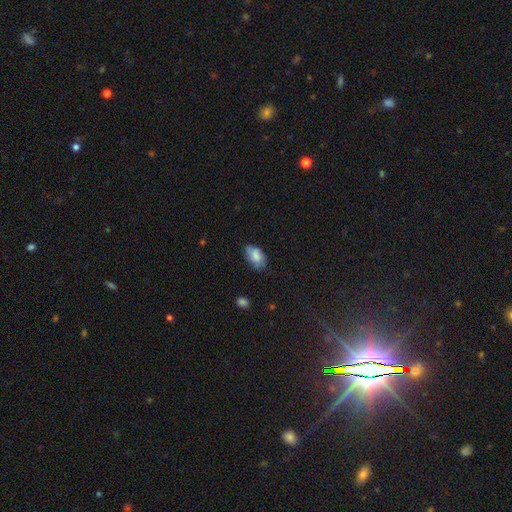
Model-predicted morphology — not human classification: Smooth or featured: smooth — 79% (featured or disk — 13%)
How rounded: in between — 92% (round — 6%)
Merging: none — 59% (minor disturbance — 31%)